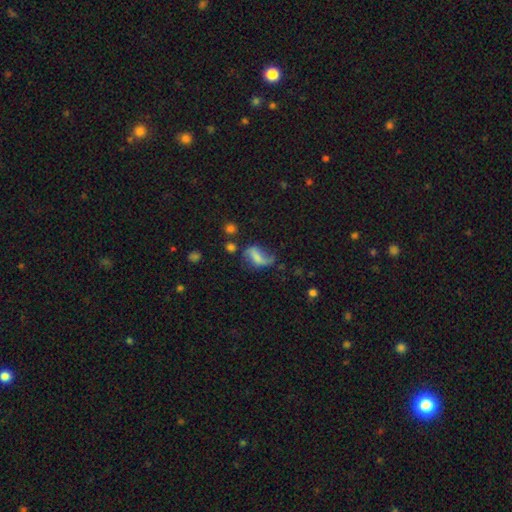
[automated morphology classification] Overall: featured or disk (50%; smooth 38%). Edge-on disk: no (94%). Merging: none (40%; minor disturbance 27%).